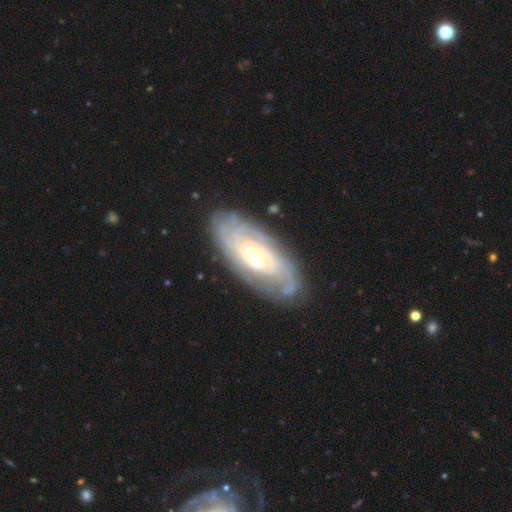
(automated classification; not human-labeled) A featured or disk galaxy (83%) with no bar (67%), tight (76%) spiral arms (92%) and a small central bulge (57%).

Vote fractions:
- Smooth or featured? featured or disk: 83% / smooth: 11% / star or artifact: 5%
- Edge-on disk? no: 91% / yes: 9%
- Bar? no: 67% / weak: 25% / strong: 8%
- Spiral arms? yes: 92% / no: 8%
- Spiral winding? tight: 76% / medium: 19% / loose: 5%
- Spiral arm count? can't tell: 50% / 2: 16% / 3: 11% / 4: 10% / more than 4: 8% / 1: 5%
- Bulge size? small: 57% / moderate: 38% / large: 3% / none: 1% / dominant: 1%
- Merging? none: 80% / minor disturbance: 14% / major disturbance: 5% / merger: 2%